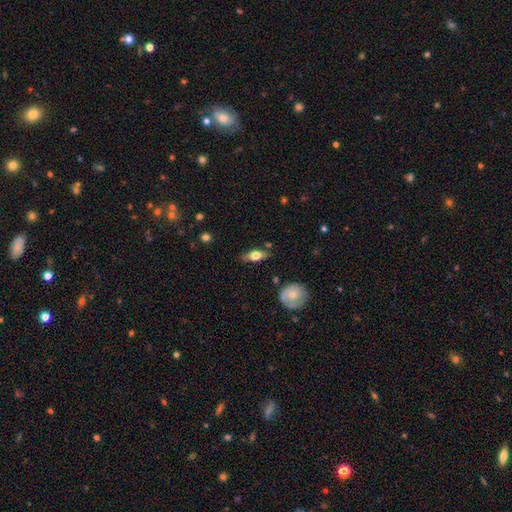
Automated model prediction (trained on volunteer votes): Smooth or featured? smooth (51%)
How rounded? in between (68%)
Merging? none (78%)